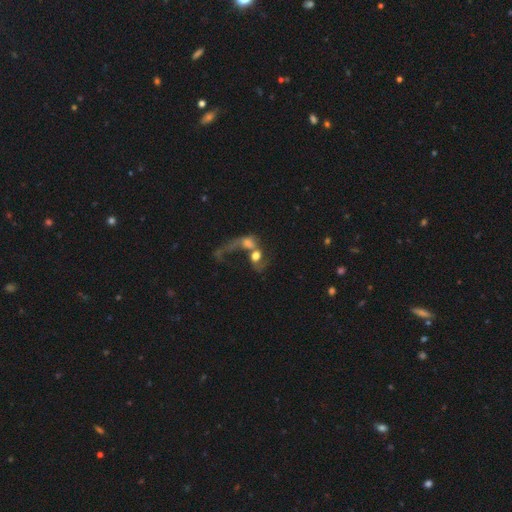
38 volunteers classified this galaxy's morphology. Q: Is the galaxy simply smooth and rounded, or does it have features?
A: smooth — 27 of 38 (71%).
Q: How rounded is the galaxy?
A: in between — 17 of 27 (63%).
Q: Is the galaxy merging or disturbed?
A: merger — 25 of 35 (71%).